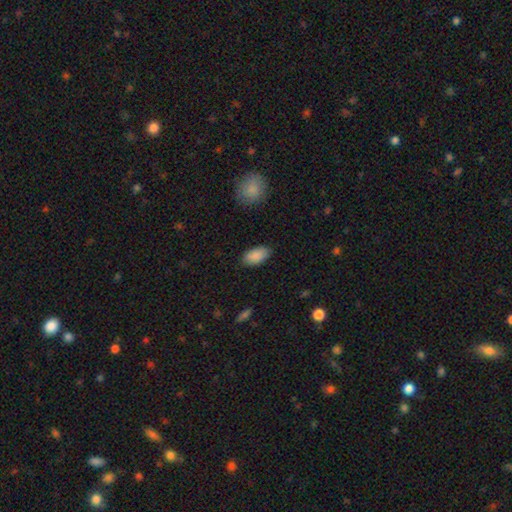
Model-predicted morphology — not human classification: smooth_or_featured: smooth (p=0.89) [alt: star or artifact p=0.07]
how_rounded: in between (p=0.94) [alt: round p=0.04]
merging: none (p=0.84) [alt: minor disturbance p=0.12]